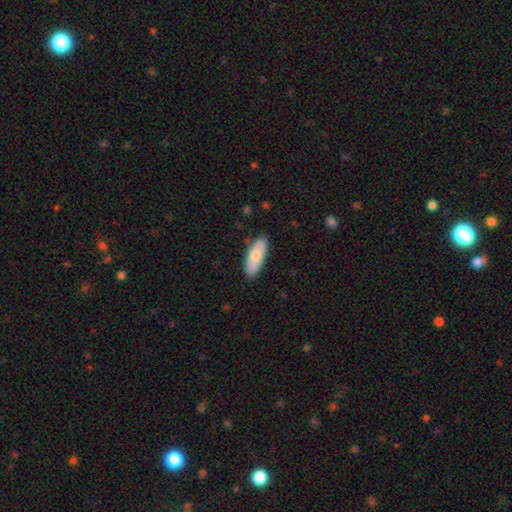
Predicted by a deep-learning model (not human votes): Smooth or featured? smooth (72%)
How rounded? in between (75%)
Merging? none (86%)